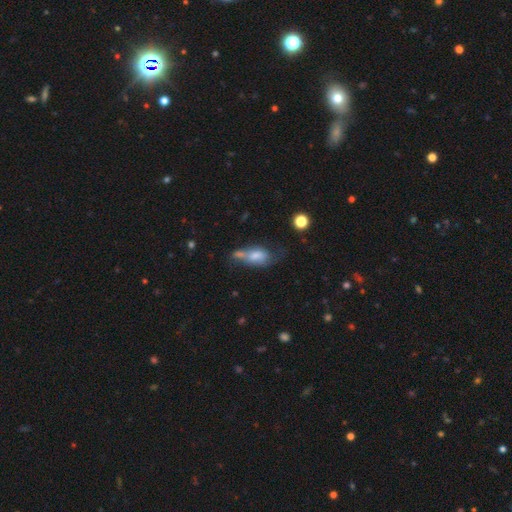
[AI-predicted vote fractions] Smooth or featured: smooth — 62% (featured or disk — 28%)
How rounded: in between — 84% (cigar-shaped — 9%)
Merging: merger — 28% (none — 26%)